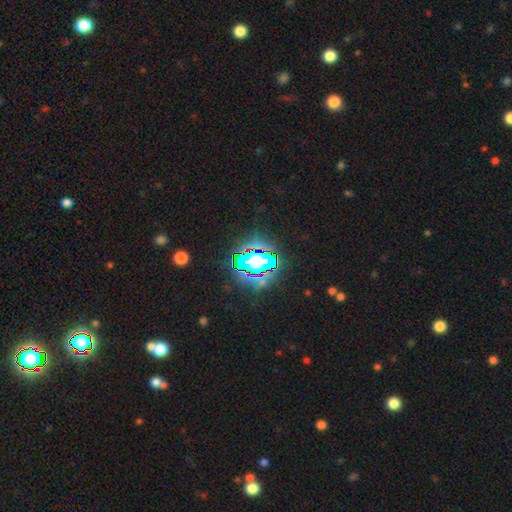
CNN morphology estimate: smooth_or_featured: star or artifact (p=0.62) [alt: smooth p=0.24]